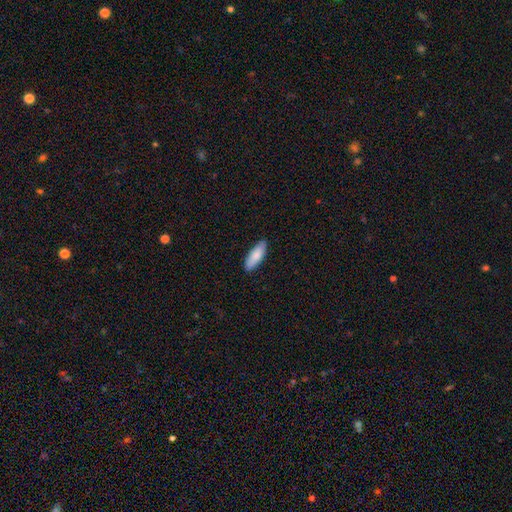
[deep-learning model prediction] Q: Smooth or featured?
A: smooth (85%); runner-up: featured or disk (9%)
Q: How rounded?
A: in between (61%); runner-up: cigar-shaped (37%)
Q: Merging?
A: none (87%); runner-up: minor disturbance (11%)